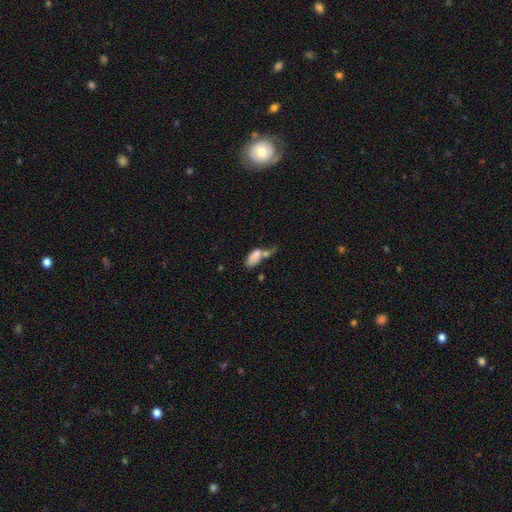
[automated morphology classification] The model was most divided on "merging": merger: 49%, none: 20%, major disturbance: 17%, minor disturbance: 15%. More confident: how rounded — in between (84%); smooth or featured — smooth (72%).